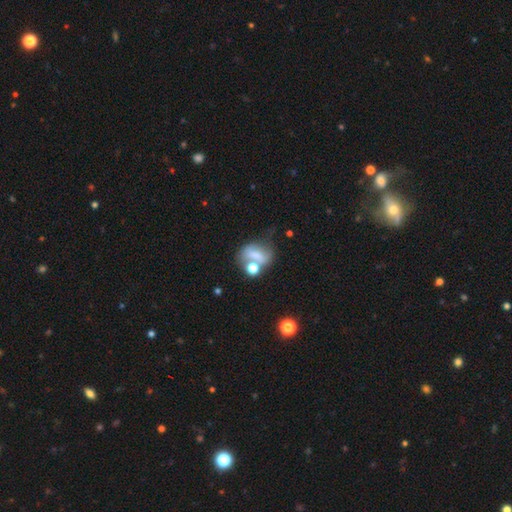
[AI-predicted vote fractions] Overall: smooth (57%; featured or disk 30%). How rounded: in between (61%; round 36%). Merging: none (33%; merger 31%).